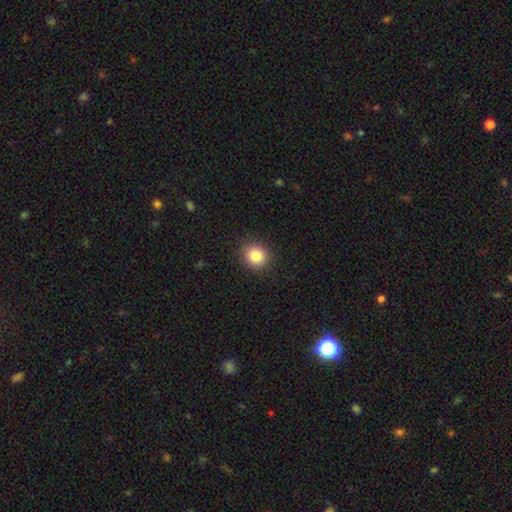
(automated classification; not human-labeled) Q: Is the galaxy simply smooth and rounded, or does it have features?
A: smooth — 84%.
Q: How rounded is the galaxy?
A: round — 83%.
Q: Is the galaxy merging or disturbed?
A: none — 90%.